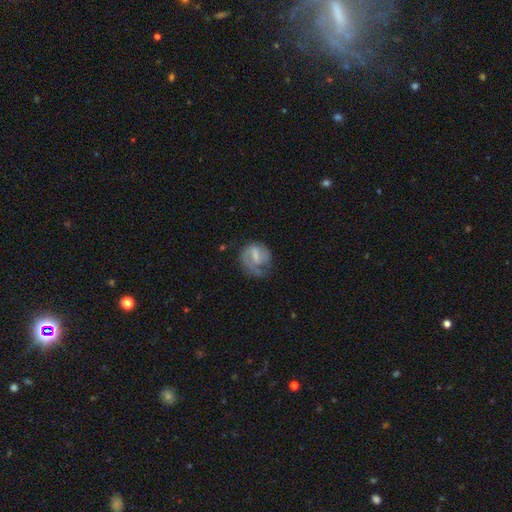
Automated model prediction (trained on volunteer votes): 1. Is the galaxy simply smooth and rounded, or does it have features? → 58% featured or disk, 35% smooth, 7% star or artifact.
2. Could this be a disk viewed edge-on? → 97% no, 3% yes.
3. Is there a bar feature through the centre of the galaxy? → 52% weak, 28% no, 21% strong.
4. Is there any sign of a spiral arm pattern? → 75% yes, 25% no.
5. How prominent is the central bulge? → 38% small, 31% moderate, 26% none, 5% large, 1% dominant.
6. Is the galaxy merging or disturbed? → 44% none, 27% minor disturbance, 27% major disturbance, 2% merger.